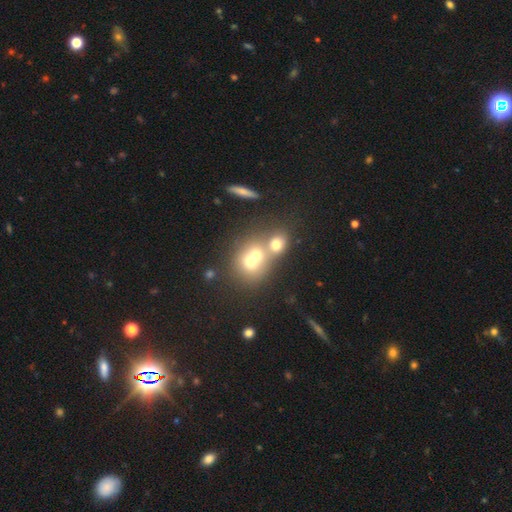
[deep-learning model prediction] Smooth or featured?
  - smooth: 53% *
  - featured or disk: 26%
  - star or artifact: 21%
How rounded?
  - round: 70% *
  - in between: 28%
  - cigar-shaped: 2%
Merging?
  - merger: 64% *
  - none: 26%
  - minor disturbance: 6%
  - major disturbance: 3%